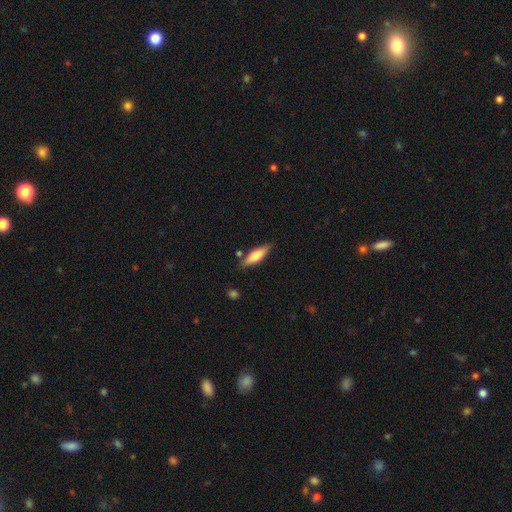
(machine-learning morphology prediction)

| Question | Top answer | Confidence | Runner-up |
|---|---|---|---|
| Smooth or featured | smooth | 63% | featured or disk (31%) |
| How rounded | cigar-shaped | 56% | in between (42%) |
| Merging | none | 79% | minor disturbance (13%) |